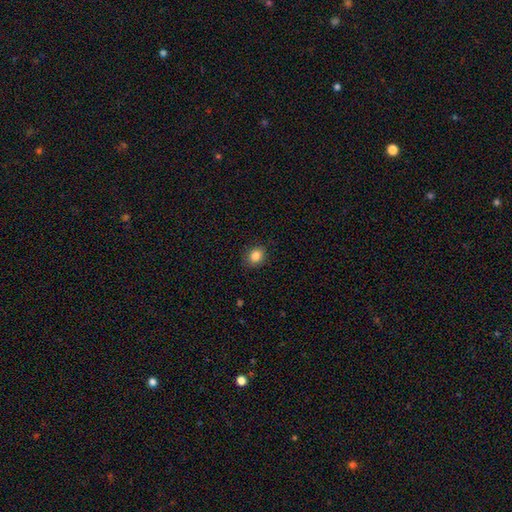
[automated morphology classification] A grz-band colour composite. It shows a smooth galaxy with no disk features (85%) that is round (58%). Merging: none (87%).